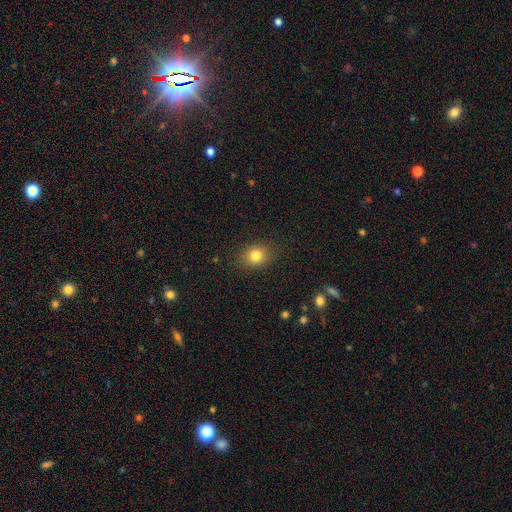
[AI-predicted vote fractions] The model was most divided on "how rounded": round: 58%, in between: 41%, cigar-shaped: 1%. More confident: merging — none (87%); smooth or featured — smooth (82%).